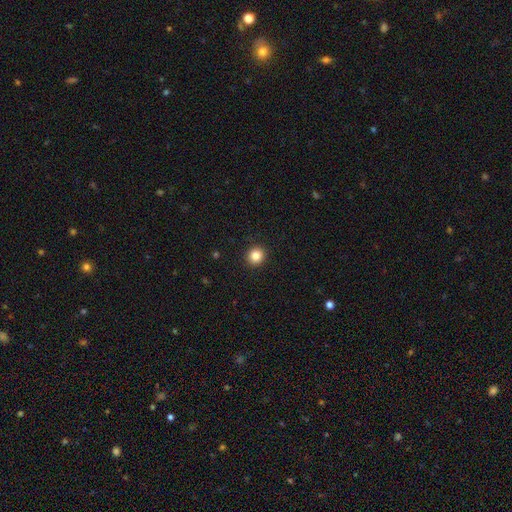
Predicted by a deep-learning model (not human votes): A smooth galaxy with no disk features (85%) that is round (90%). Merging: none (93%).